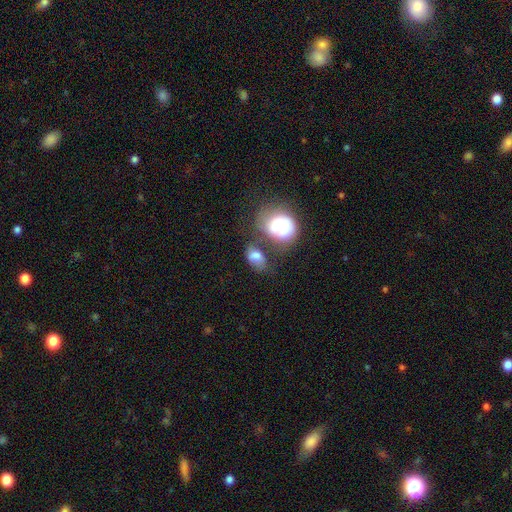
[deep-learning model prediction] Smooth or featured? Predicted: smooth (p=0.73). How rounded? Predicted: in between (p=0.76). Merging? Predicted: none (p=0.36).